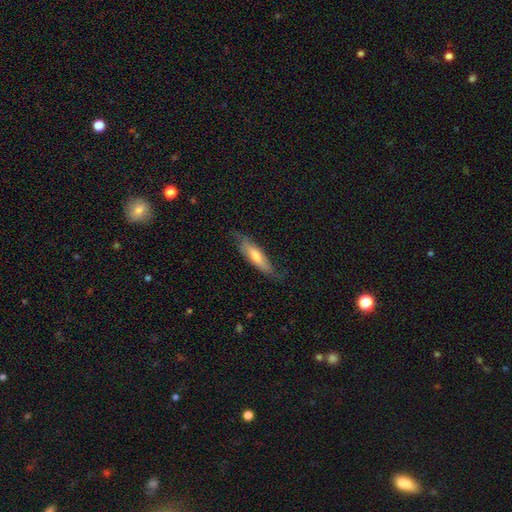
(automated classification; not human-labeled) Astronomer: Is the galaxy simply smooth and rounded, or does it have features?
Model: featured or disk — 51% (runner-up: smooth, 41%).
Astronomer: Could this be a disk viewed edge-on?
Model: yes — 58% (runner-up: no, 42%).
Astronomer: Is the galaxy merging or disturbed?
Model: none — 73%.